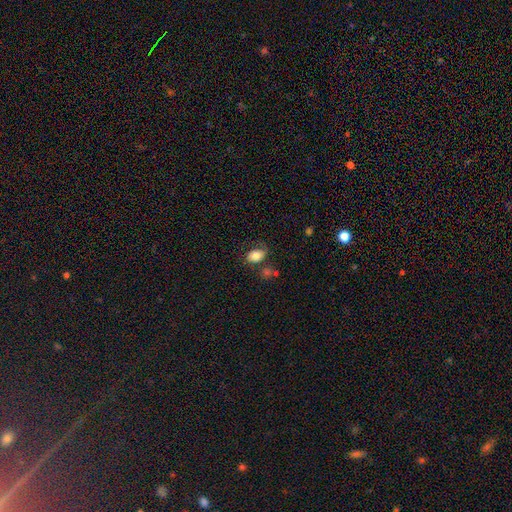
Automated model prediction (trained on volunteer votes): Q: Smooth or featured?
A: smooth (78%); runner-up: featured or disk (14%)
Q: How rounded?
A: in between (82%); runner-up: round (17%)
Q: Merging?
A: none (55%); runner-up: minor disturbance (24%)